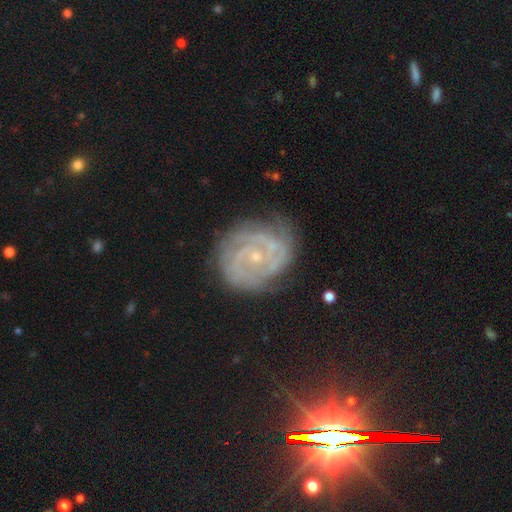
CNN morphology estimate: Q: Smooth or featured?
A: featured or disk (83%); runner-up: star or artifact (9%)
Q: Edge-on disk?
A: no (97%); runner-up: yes (3%)
Q: Bar?
A: no (68%); runner-up: weak (26%)
Q: Spiral arms?
A: yes (95%); runner-up: no (5%)
Q: Spiral winding?
A: tight (70%); runner-up: medium (25%)
Q: Spiral arm count?
A: 2 (35%); runner-up: can't tell (26%)
Q: Bulge size?
A: small (81%); runner-up: moderate (16%)
Q: Merging?
A: none (73%); runner-up: minor disturbance (19%)